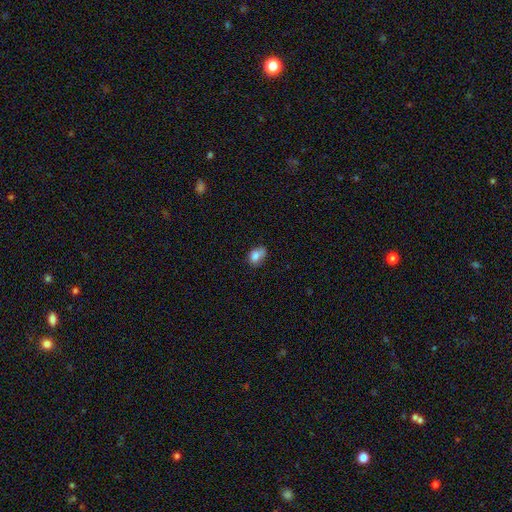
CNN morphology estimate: Smooth or featured? Predicted: smooth (p=0.79). How rounded? Predicted: in between (p=0.71). Merging? Predicted: none (p=0.44).